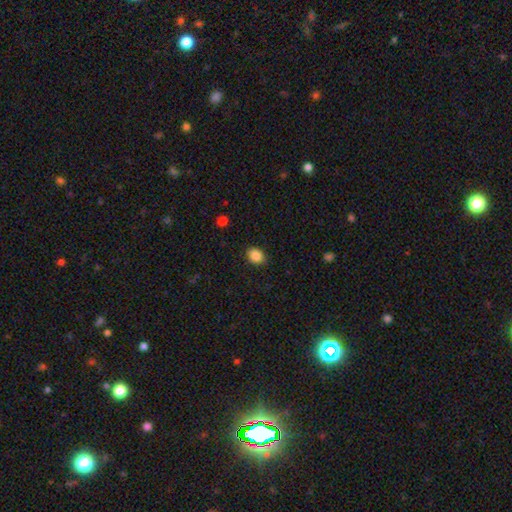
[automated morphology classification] This appears to be a smooth galaxy with no disk features (88%) that is in between round and cigar-shaped (53%). Merging: none (89%).